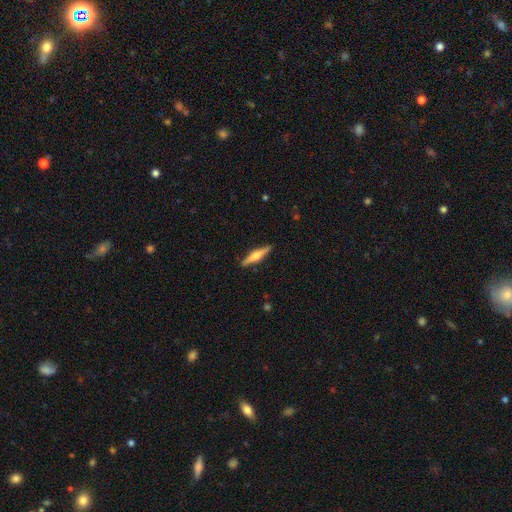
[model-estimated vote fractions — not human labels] Smooth or featured?
  - featured or disk: 61% *
  - smooth: 33%
  - star or artifact: 5%
Edge-on disk?
  - yes: 97% *
  - no: 3%
Edge-on bulge?
  - rounded: 87% *
  - boxy: 9%
  - none: 4%
Merging?
  - none: 90% *
  - minor disturbance: 7%
  - major disturbance: 2%
  - merger: 1%